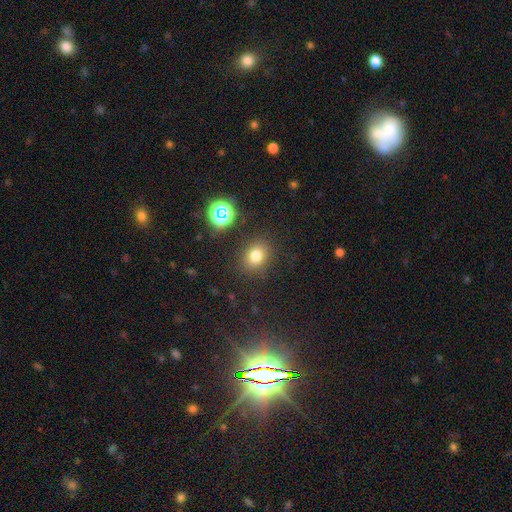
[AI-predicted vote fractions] Q: Smooth or featured?
A: smooth (74%); runner-up: star or artifact (18%)
Q: How rounded?
A: round (55%); runner-up: in between (44%)
Q: Merging?
A: none (84%); runner-up: minor disturbance (10%)